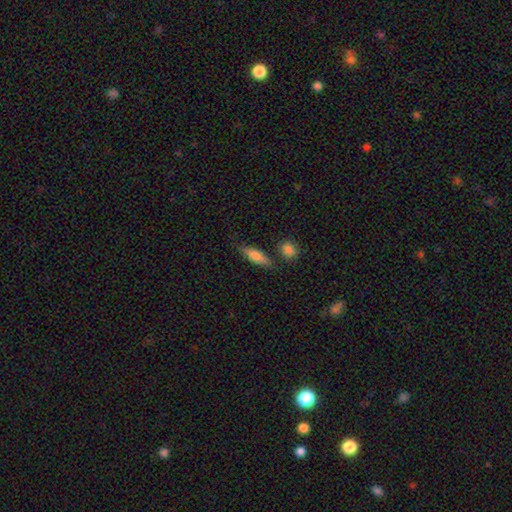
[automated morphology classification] smooth_or_featured: smooth (p=0.73) [alt: featured or disk p=0.20]
how_rounded: in between (p=0.52) [alt: cigar-shaped p=0.45]
merging: none (p=0.75) [alt: minor disturbance p=0.14]